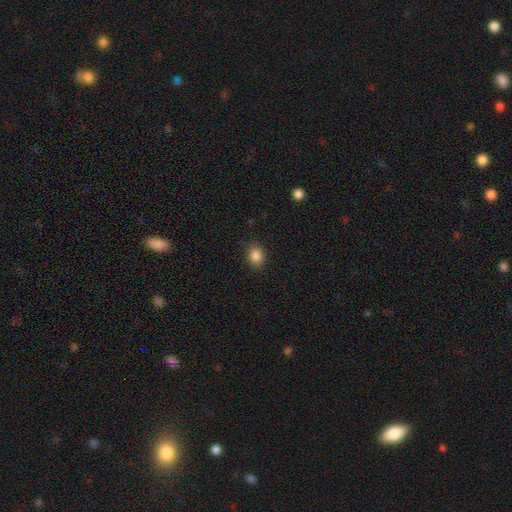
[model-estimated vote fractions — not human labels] smooth-or-featured: smooth: 86% | star or artifact: 11% | featured or disk: 4%
  how-rounded: round: 62% | in between: 37% | cigar-shaped: 1%
  merging: none: 87% | minor disturbance: 9% | major disturbance: 3% | merger: 1%